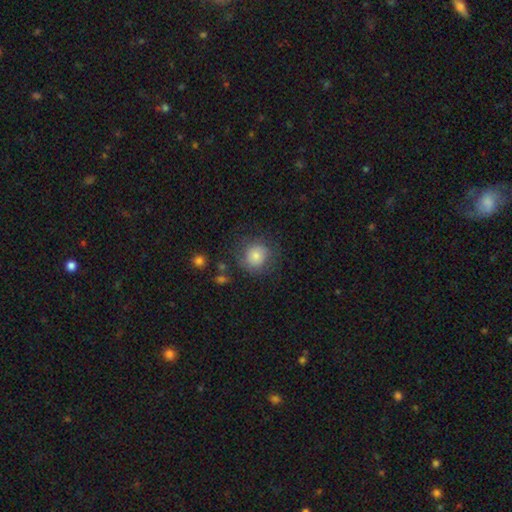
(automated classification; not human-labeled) Morphology: type=smooth (78%); roundness=round (86%); merging=none (76%).